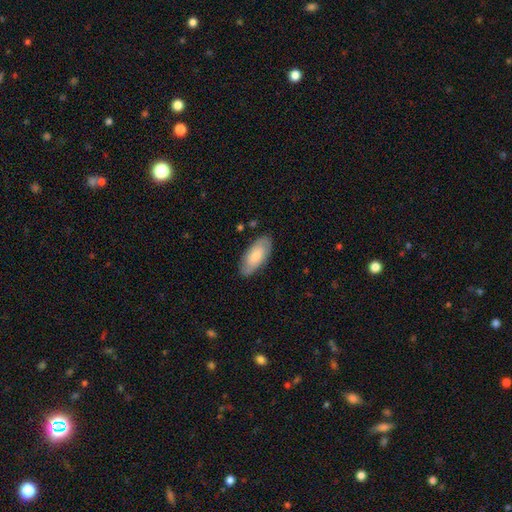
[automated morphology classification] The model was most divided on "smooth or featured": smooth: 65%, featured or disk: 29%, star or artifact: 6%. More confident: how rounded — in between (90%); merging — none (84%).